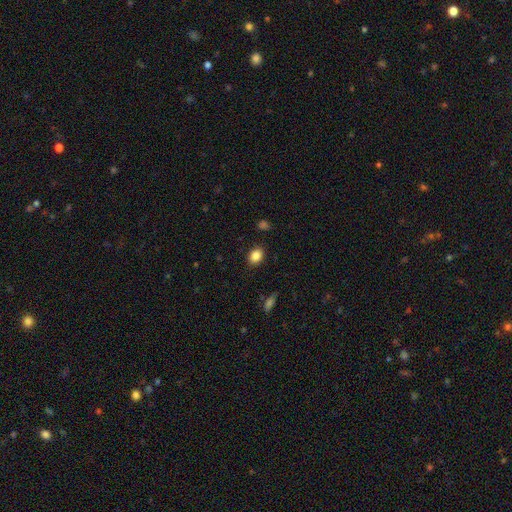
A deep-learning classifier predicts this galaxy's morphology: A smooth galaxy with no disk features (86%) that is in between round and cigar-shaped (69%).

Vote fractions:
- Smooth or featured? smooth: 86% / star or artifact: 9% / featured or disk: 5%
- How rounded? in between: 69% / round: 30% / cigar-shaped: 1%
- Merging? none: 87% / minor disturbance: 9% / major disturbance: 2% / merger: 1%